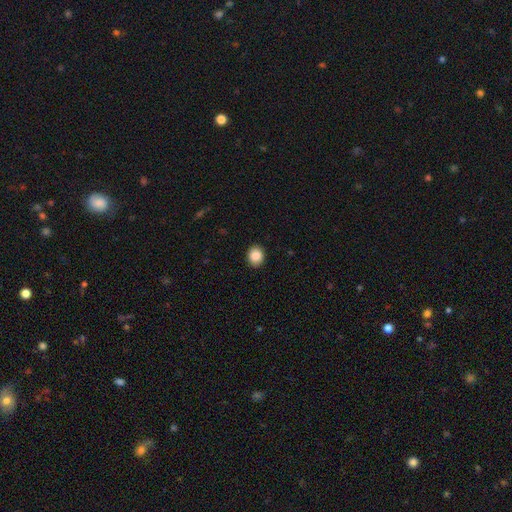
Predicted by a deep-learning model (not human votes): smooth-or-featured: smooth: 87% | star or artifact: 8% | featured or disk: 5%
  how-rounded: round: 63% | in between: 36% | cigar-shaped: 1%
  merging: none: 91% | minor disturbance: 6% | major disturbance: 2% | merger: 1%